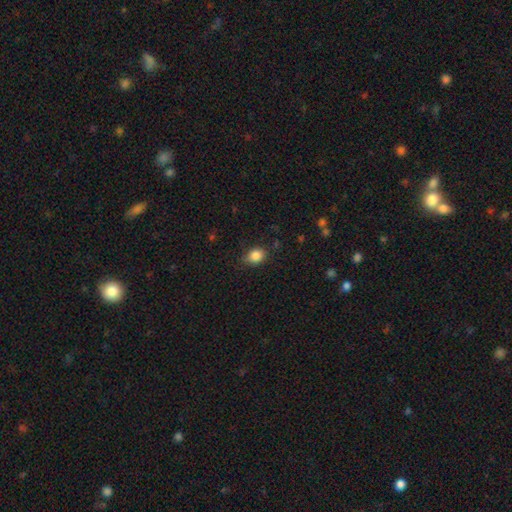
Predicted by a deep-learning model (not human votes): A smooth galaxy with no disk features (86%) that is in between round and cigar-shaped (59%).

Vote fractions:
- Smooth or featured? smooth: 86% / star or artifact: 9% / featured or disk: 4%
- How rounded? in between: 59% / round: 40% / cigar-shaped: 1%
- Merging? none: 77% / minor disturbance: 18% / major disturbance: 4% / merger: 1%